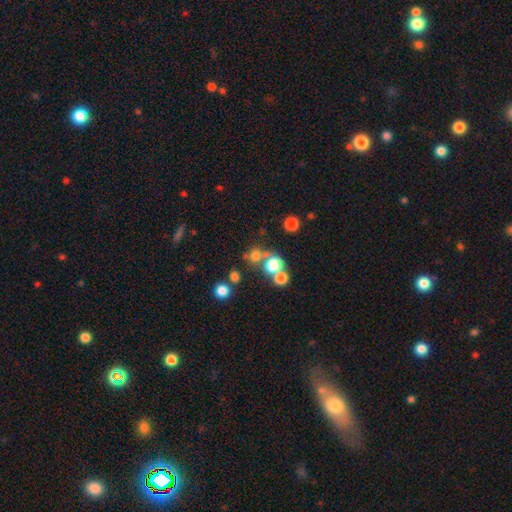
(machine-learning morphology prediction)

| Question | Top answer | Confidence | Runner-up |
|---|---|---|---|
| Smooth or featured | smooth | 66% | star or artifact (24%) |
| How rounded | round | 87% | in between (12%) |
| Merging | none | 58% | merger (28%) |